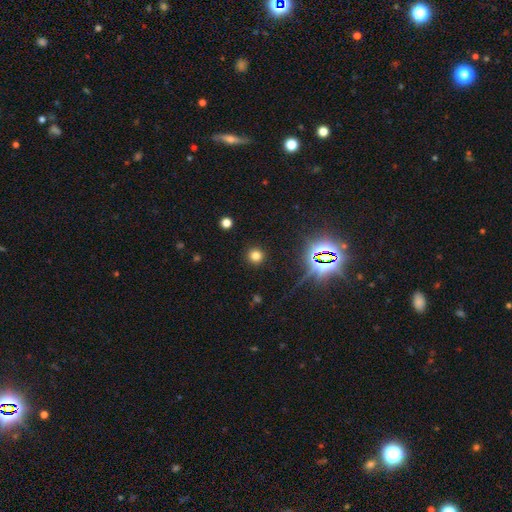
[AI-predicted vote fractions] A smooth galaxy with no disk features (74%) that is round (94%). Merging: none (91%).